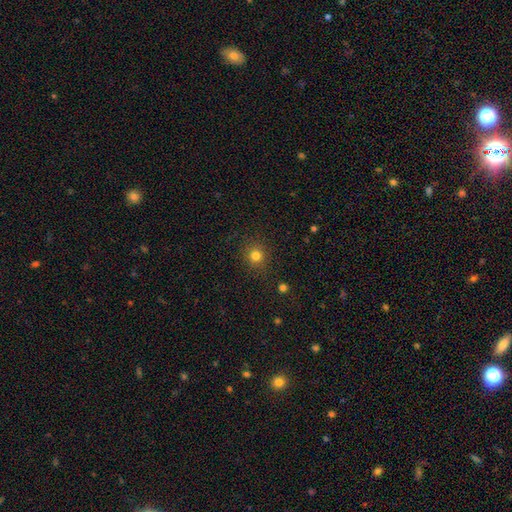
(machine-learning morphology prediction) Overall: smooth (80%). How rounded: round (91%). Merging: none (89%).